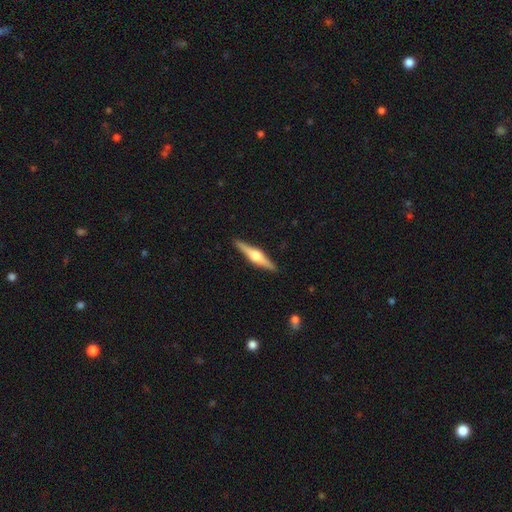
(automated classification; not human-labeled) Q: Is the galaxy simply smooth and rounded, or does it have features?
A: featured or disk — 74%.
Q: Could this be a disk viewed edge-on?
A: yes — 98%.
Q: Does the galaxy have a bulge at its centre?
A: rounded — 93%.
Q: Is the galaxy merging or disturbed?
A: none — 91%.